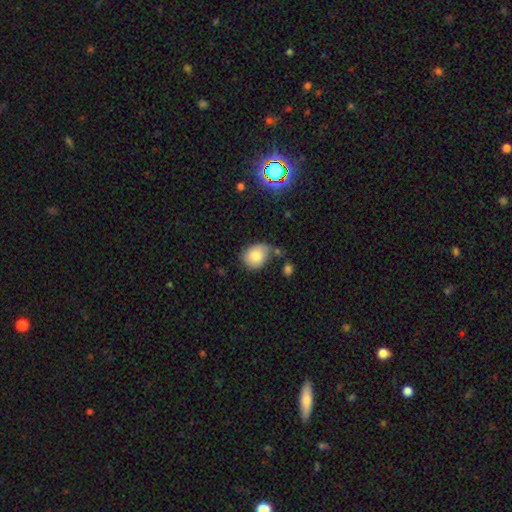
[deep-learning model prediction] smooth 78%, featured or disk 13%, star or artifact 8%. Down the decision tree: how rounded — round (55%); merging — none (52%).